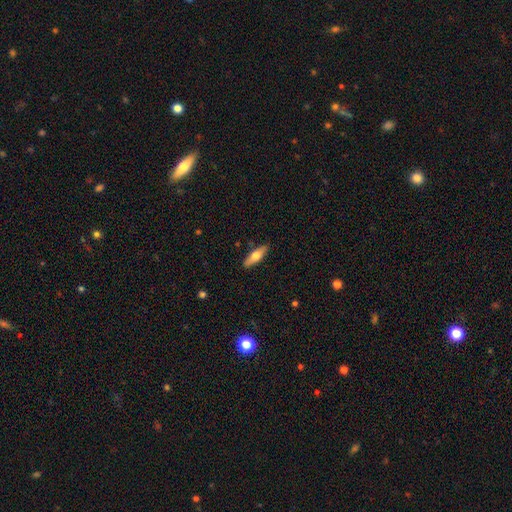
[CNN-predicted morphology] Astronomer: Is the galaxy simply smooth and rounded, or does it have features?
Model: smooth — 57% (runner-up: featured or disk, 37%).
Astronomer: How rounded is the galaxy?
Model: cigar-shaped — 53% (runner-up: in between, 44%).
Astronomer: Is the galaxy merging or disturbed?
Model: none — 88%.